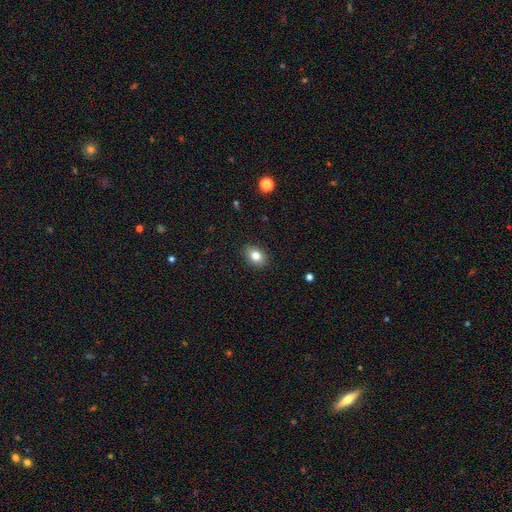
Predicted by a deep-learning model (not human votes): smooth_or_featured: smooth (p=0.80) [alt: featured or disk p=0.10]
how_rounded: in between (p=0.72) [alt: round p=0.27]
merging: none (p=0.90) [alt: minor disturbance p=0.07]